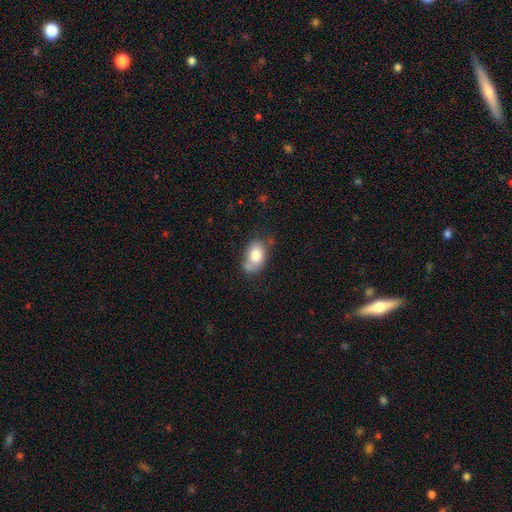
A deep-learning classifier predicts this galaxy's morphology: Smooth or featured: smooth — 79% (featured or disk — 13%)
How rounded: in between — 84% (round — 14%)
Merging: none — 51% (minor disturbance — 26%)